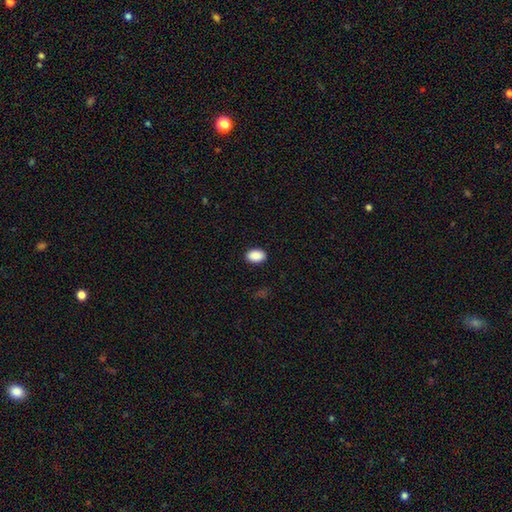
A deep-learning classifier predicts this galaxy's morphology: This appears to be a smooth galaxy with no disk features (90%) that is in between round and cigar-shaped (85%). Merging: none (90%).